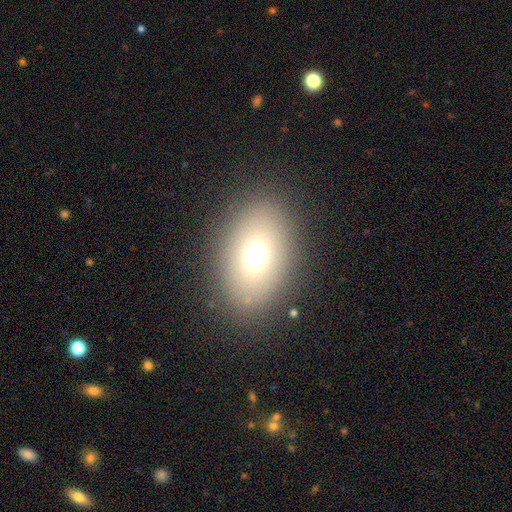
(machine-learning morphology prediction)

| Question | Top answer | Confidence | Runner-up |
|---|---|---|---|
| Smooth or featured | smooth | 70% | featured or disk (17%) |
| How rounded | in between | 84% | round (14%) |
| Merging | none | 86% | minor disturbance (9%) |